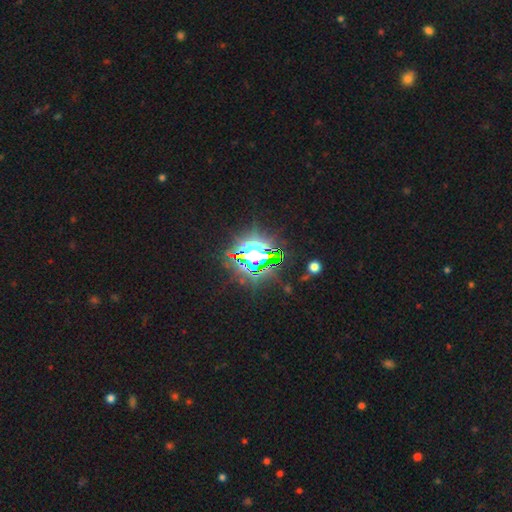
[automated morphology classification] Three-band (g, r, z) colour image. It shows a star or artifact, not a galaxy (76%).